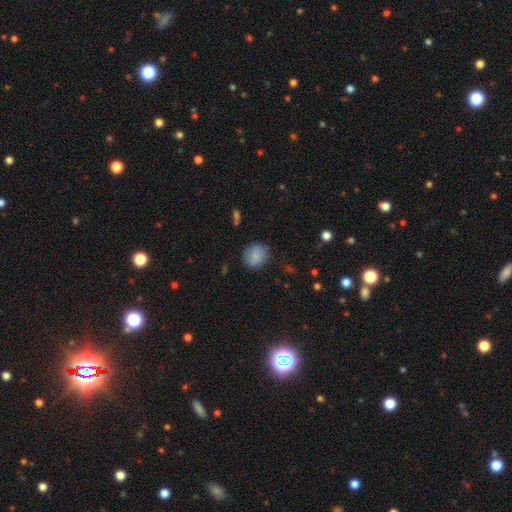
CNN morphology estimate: Smooth or featured? smooth (85%)
How rounded? round (80%)
Merging? none (82%)